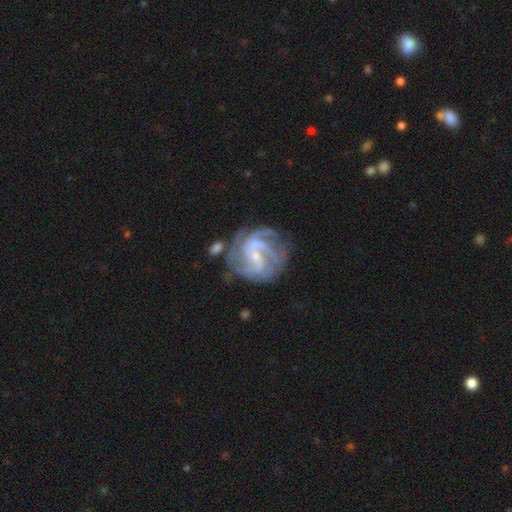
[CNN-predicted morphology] Q: Smooth or featured?
A: featured or disk (90%); runner-up: star or artifact (5%)
Q: Edge-on disk?
A: no (98%); runner-up: yes (2%)
Q: Bar?
A: weak (44%); runner-up: no (39%)
Q: Spiral arms?
A: yes (98%); runner-up: no (2%)
Q: Spiral winding?
A: tight (47%); runner-up: medium (44%)
Q: Spiral arm count?
A: 3 (35%); runner-up: 4 (23%)
Q: Bulge size?
A: small (76%); runner-up: moderate (18%)
Q: Merging?
A: none (65%); runner-up: minor disturbance (19%)